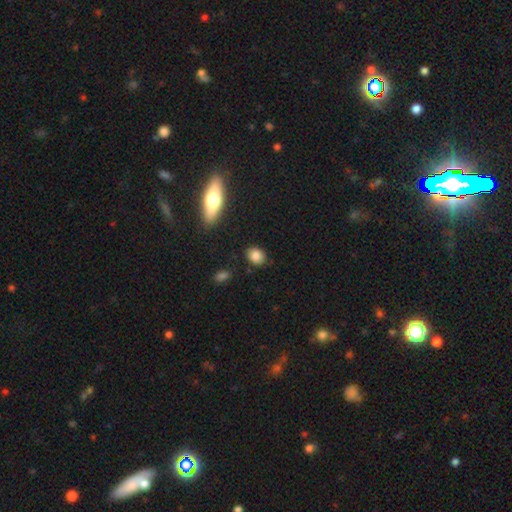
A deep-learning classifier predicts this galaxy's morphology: This appears to be a smooth galaxy with no disk features (84%) that is in between round and cigar-shaped (54%). Merging: none (84%).